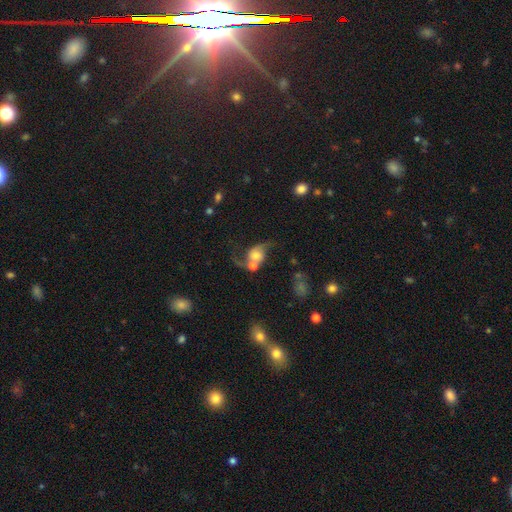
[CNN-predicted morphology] smooth-or-featured: featured or disk: 72% | smooth: 19% | star or artifact: 9%
  disk-edge-on: no: 97% | yes: 3%
    bar: no: 69% | weak: 25% | strong: 6%
    has-spiral-arms: yes: 92% | no: 8%
      spiral-winding: loose: 76% | medium: 20% | tight: 4%
      spiral-arm-count: 2: 87% | 1: 8% | can't tell: 2% | 3: 1% | 4: 1% | more than 4: 1%
    bulge-size: moderate: 47% | small: 26% | large: 18% | none: 5% | dominant: 5%
  merging: none: 40% | merger: 31% | major disturbance: 15% | minor disturbance: 14%